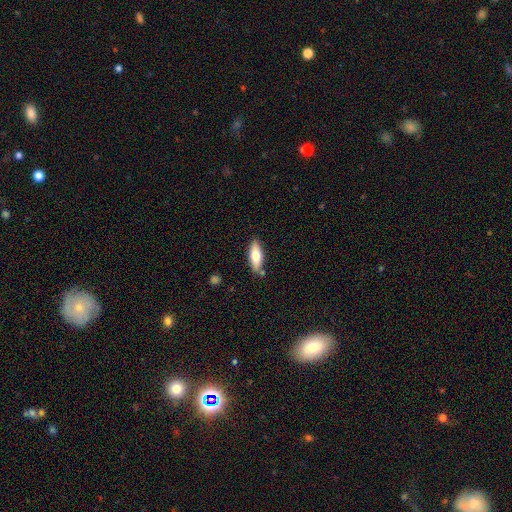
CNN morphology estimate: A smooth galaxy with no disk features (69%) that is in between round and cigar-shaped (65%).

Vote fractions:
- Smooth or featured? smooth: 69% / featured or disk: 25% / star or artifact: 6%
- How rounded? in between: 65% / cigar-shaped: 33% / round: 2%
- Merging? none: 82% / minor disturbance: 12% / merger: 4% / major disturbance: 2%